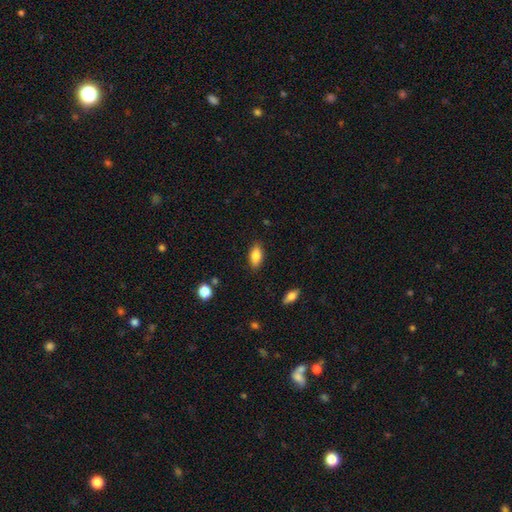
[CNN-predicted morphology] A smooth galaxy with no disk features (84%) that is in between round and cigar-shaped (88%).

Vote fractions:
- Smooth or featured? smooth: 84% / featured or disk: 9% / star or artifact: 8%
- How rounded? in between: 88% / cigar-shaped: 8% / round: 4%
- Merging? none: 86% / minor disturbance: 10% / major disturbance: 3% / merger: 1%